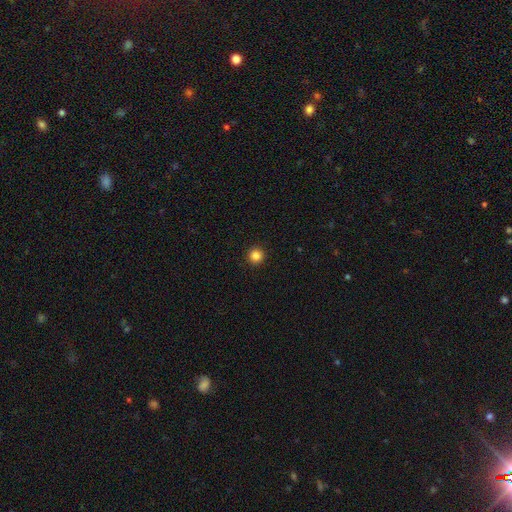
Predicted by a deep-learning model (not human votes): smooth_or_featured: smooth (p=0.85) [alt: star or artifact p=0.11]
how_rounded: round (p=0.96) [alt: in between p=0.03]
merging: none (p=0.94) [alt: minor disturbance p=0.04]